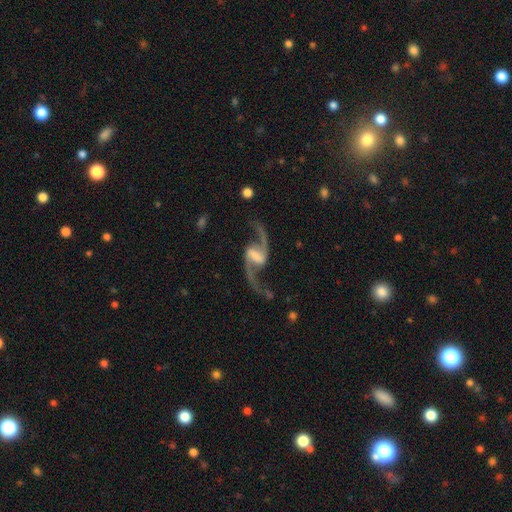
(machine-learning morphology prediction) Smooth or featured?
  - featured or disk: 93% *
  - star or artifact: 4%
  - smooth: 3%
Edge-on disk?
  - no: 98% *
  - yes: 2%
Bar?
  - strong: 45% *
  - weak: 43%
  - no: 11%
Spiral arms?
  - yes: 98% *
  - no: 2%
Spiral winding?
  - loose: 82% *
  - medium: 15%
  - tight: 3%
Spiral arm count?
  - 2: 95% *
  - 1: 1%
  - can't tell: 1%
  - 3: 1%
  - 4: 1%
  - more than 4: 1%
Bulge size?
  - none: 33% *
  - moderate: 26%
  - small: 25%
  - large: 13%
  - dominant: 3%
Merging?
  - none: 78% *
  - minor disturbance: 11%
  - major disturbance: 8%
  - merger: 3%